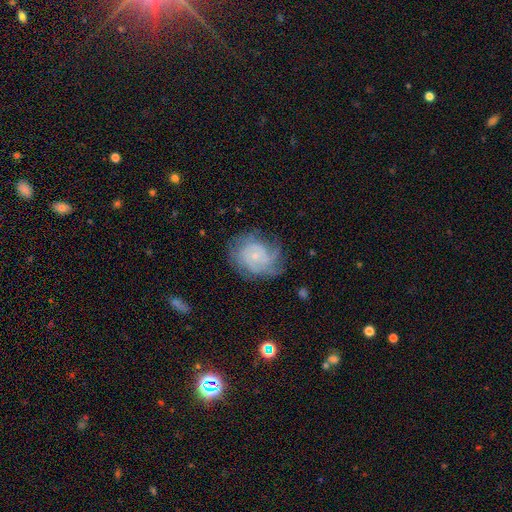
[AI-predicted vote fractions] The model was most divided on "spiral arm count": can't tell: 38%, 3: 21%, 2: 17%, 4: 11%, 1: 7%, more than 4: 6%. More confident: edge-on disk — no (98%); spiral arms — yes (92%); bulge size — small (81%); bar — no (78%); smooth or featured — featured or disk (74%); merging — none (64%); spiral winding — tight (59%).